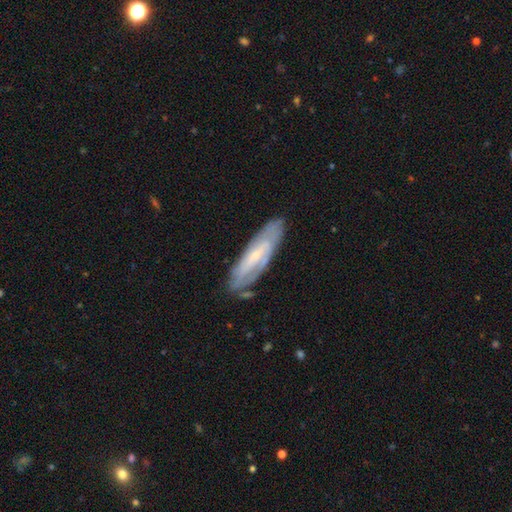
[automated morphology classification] smooth-or-featured: featured or disk: 63% | smooth: 30% | star or artifact: 7%
  disk-edge-on: no: 70% | yes: 30%
  merging: none: 74% | minor disturbance: 18% | major disturbance: 5% | merger: 2%